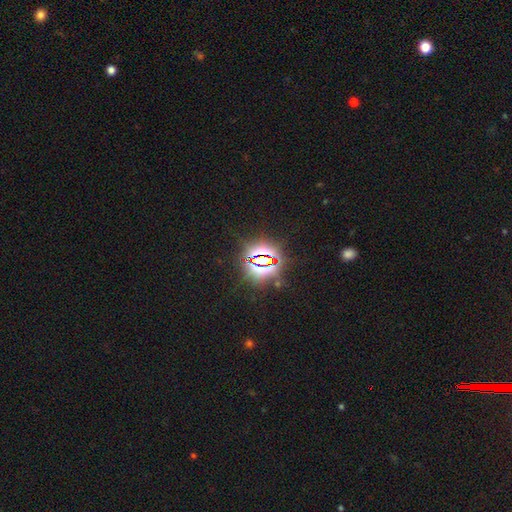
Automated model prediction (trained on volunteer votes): star or artifact 81%, smooth 12%, featured or disk 7%.